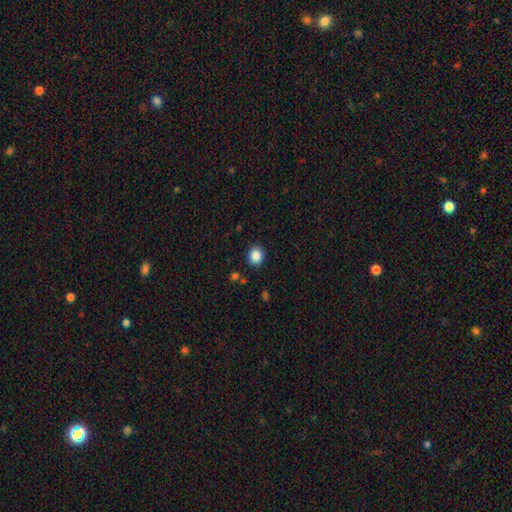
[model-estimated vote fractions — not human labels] The model was most divided on "how rounded": round: 72%, in between: 27%, cigar-shaped: 1%. More confident: merging — none (89%); smooth or featured — smooth (86%).